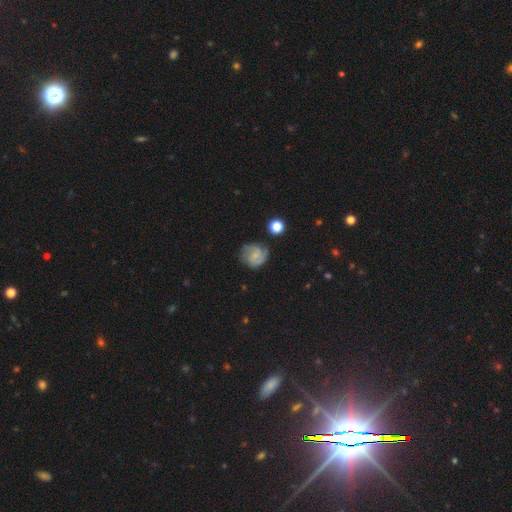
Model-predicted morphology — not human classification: smooth_or_featured: featured or disk (p=0.55) [alt: smooth p=0.36]
disk_edge_on: no (p=0.98) [alt: yes p=0.02]
bar: no (p=0.66) [alt: weak p=0.30]
has_spiral_arms: yes (p=0.88) [alt: no p=0.12]
bulge_size: small (p=0.61) [alt: none p=0.20]
merging: none (p=0.68) [alt: minor disturbance p=0.21]